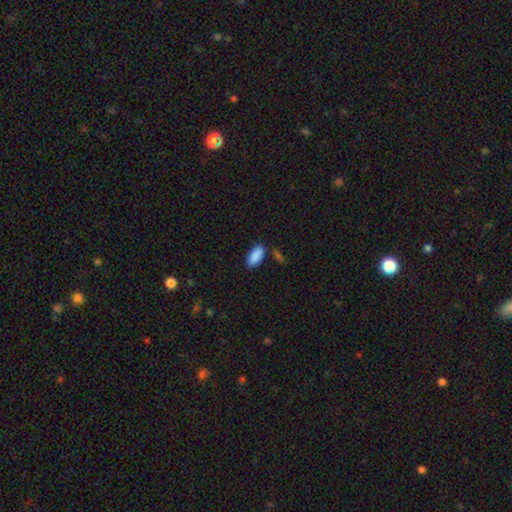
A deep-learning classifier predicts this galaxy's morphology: This is clearly a smooth galaxy (90%). How rounded: clearly in between (88%). Merging: clearly none (81%).